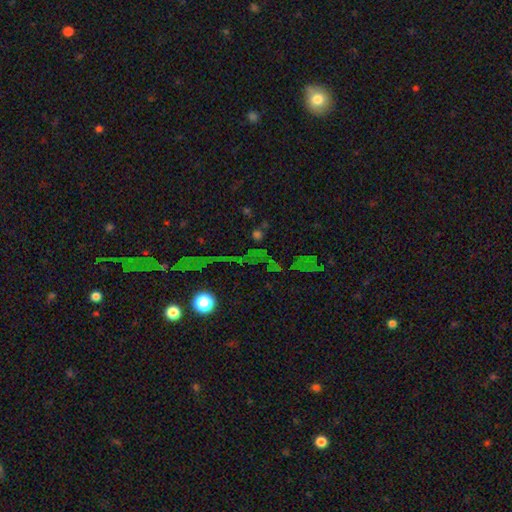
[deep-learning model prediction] smooth_or_featured: star or artifact (p=0.72) [alt: smooth p=0.15]